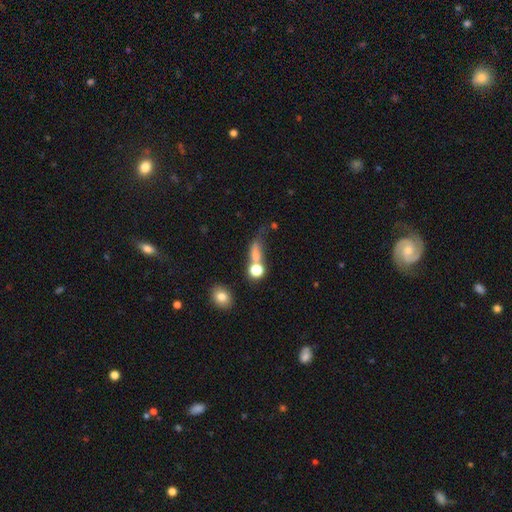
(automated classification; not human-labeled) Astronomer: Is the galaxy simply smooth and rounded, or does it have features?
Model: smooth — 67%.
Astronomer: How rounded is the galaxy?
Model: in between — 47% (runner-up: round, 32%).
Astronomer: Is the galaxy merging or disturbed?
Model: none — 33%, tied with merger at 33%.